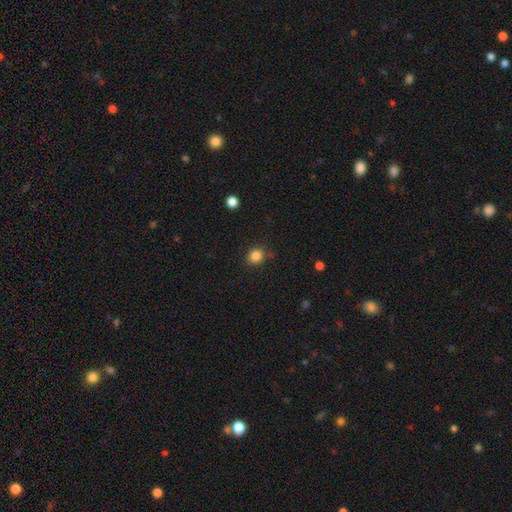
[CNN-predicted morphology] Q: Smooth or featured?
A: smooth (85%); runner-up: star or artifact (11%)
Q: How rounded?
A: round (79%); runner-up: in between (20%)
Q: Merging?
A: none (83%); runner-up: minor disturbance (12%)